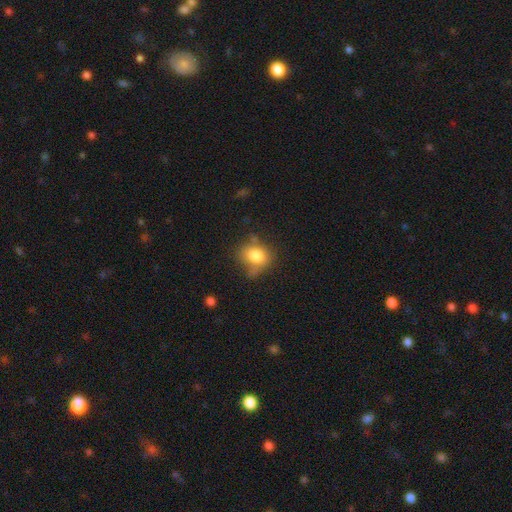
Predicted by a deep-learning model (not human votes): The model was most divided on "how rounded": round: 51%, in between: 48%, cigar-shaped: 1%. More confident: smooth or featured — smooth (81%); merging — none (54%).